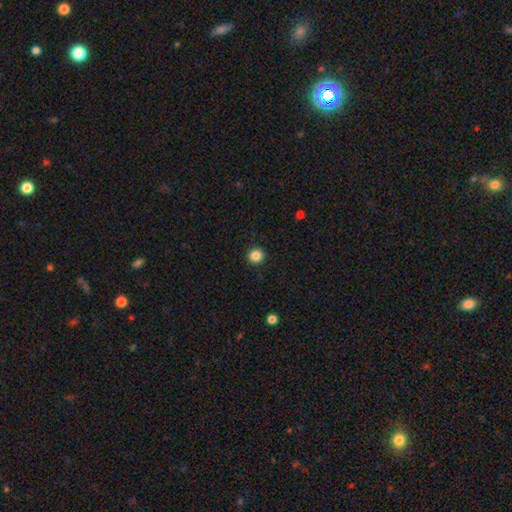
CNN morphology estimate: This appears to be a smooth galaxy with no disk features (86%) that is round (95%). Merging: none (93%).